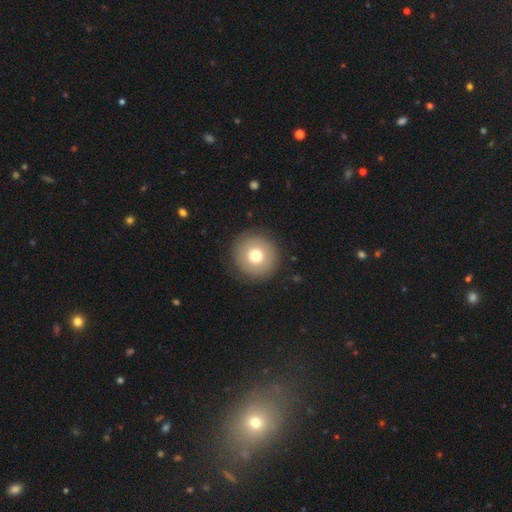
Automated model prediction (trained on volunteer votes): smooth_or_featured: smooth (p=0.74) [alt: featured or disk p=0.17]
how_rounded: round (p=0.96) [alt: in between p=0.03]
merging: none (p=0.91) [alt: minor disturbance p=0.06]